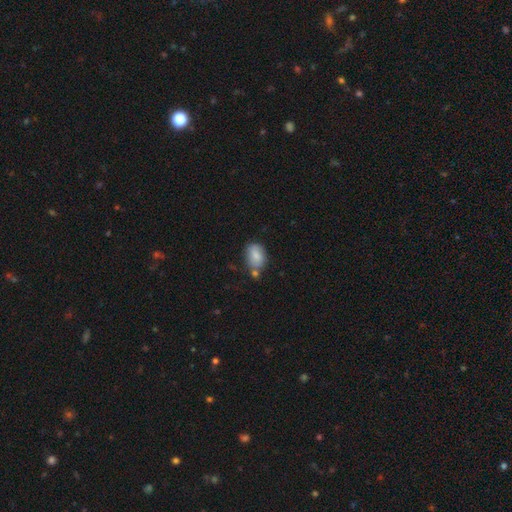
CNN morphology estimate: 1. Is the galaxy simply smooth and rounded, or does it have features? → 81% smooth, 11% featured or disk, 7% star or artifact.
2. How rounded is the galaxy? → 82% in between, 16% round, 1% cigar-shaped.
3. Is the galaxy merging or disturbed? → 59% none, 22% minor disturbance, 14% merger, 5% major disturbance.